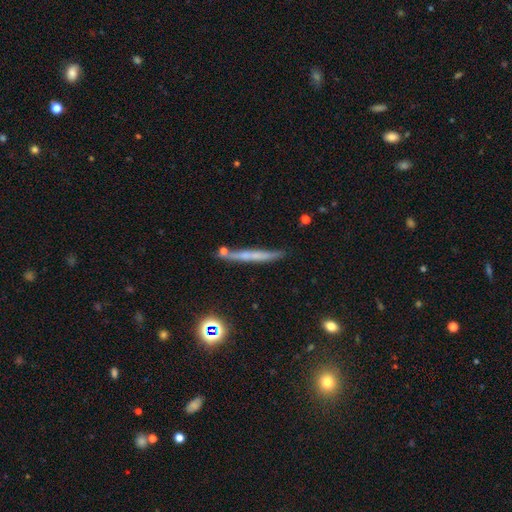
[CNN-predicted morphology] A featured or disk galaxy (49%). Merging: none (76%).